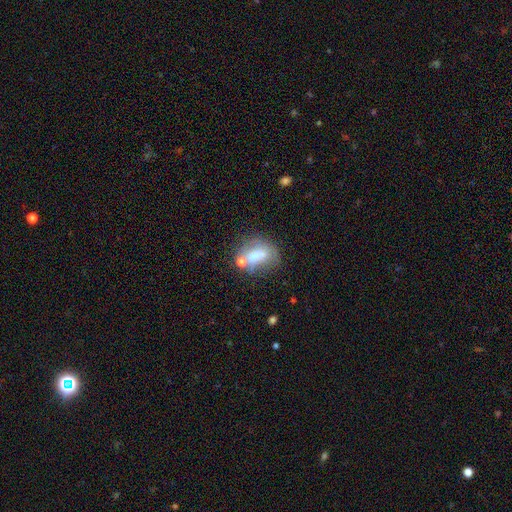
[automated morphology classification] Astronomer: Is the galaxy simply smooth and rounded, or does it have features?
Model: smooth — 55% (runner-up: featured or disk, 33%).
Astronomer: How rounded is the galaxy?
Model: in between — 69%.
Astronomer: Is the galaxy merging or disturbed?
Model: none — 33% (runner-up: merger, 30%).